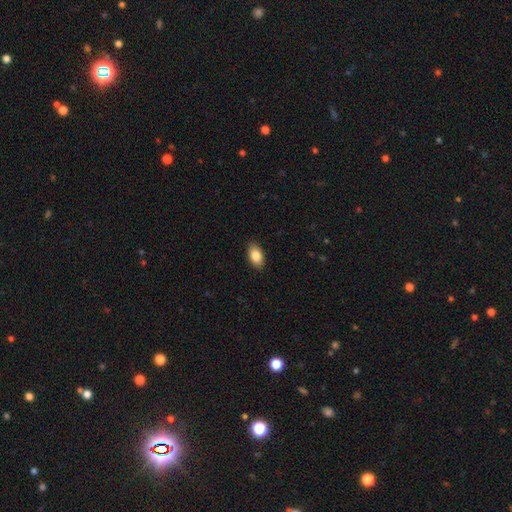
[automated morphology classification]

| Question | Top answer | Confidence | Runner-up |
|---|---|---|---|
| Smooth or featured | smooth | 85% | featured or disk (8%) |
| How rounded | in between | 92% | round (6%) |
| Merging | none | 88% | minor disturbance (9%) |